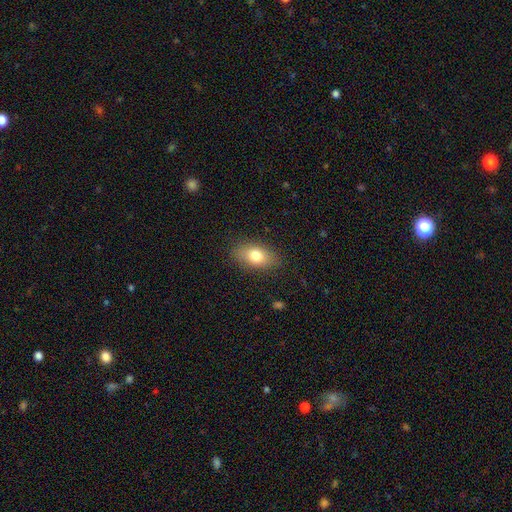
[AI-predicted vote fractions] Smooth or featured: smooth — 77% (featured or disk — 15%)
How rounded: in between — 85% (round — 11%)
Merging: none — 85% (minor disturbance — 11%)